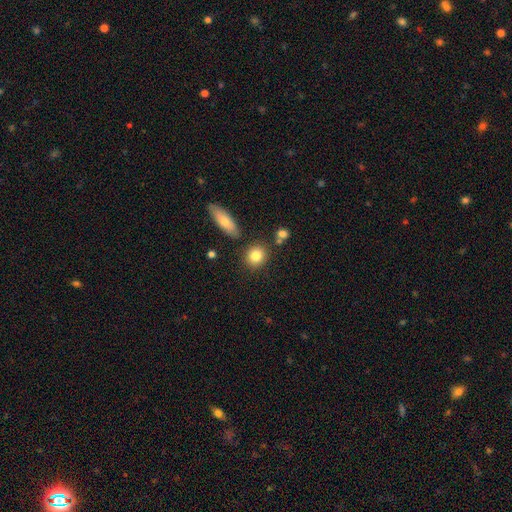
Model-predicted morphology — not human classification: Smooth or featured?
  - smooth: 82% *
  - featured or disk: 9%
  - star or artifact: 9%
How rounded?
  - round: 76% *
  - in between: 22%
  - cigar-shaped: 2%
Merging?
  - none: 81% *
  - minor disturbance: 9%
  - merger: 7%
  - major disturbance: 3%